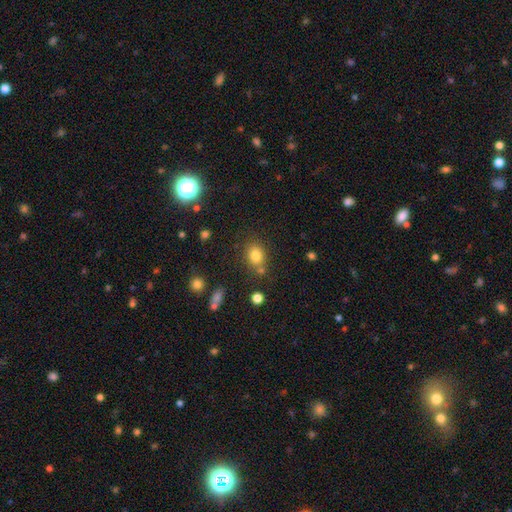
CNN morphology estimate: smooth 79%, star or artifact 12%, featured or disk 9%. Down the decision tree: how rounded — in between (52%); merging — none (68%).